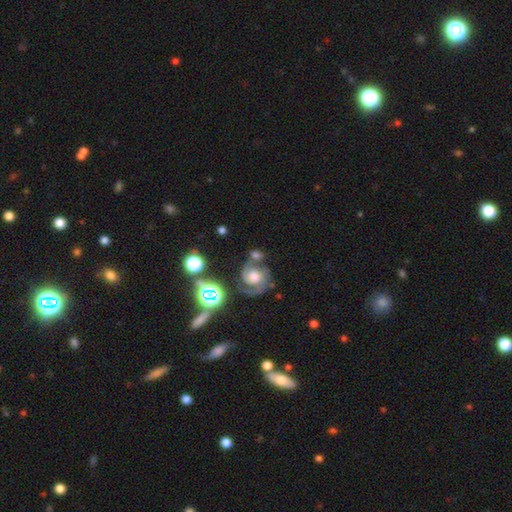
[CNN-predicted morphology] smooth-or-featured: featured or disk: 43% | smooth: 30% | star or artifact: 27%
  merging: none: 61% | merger: 15% | minor disturbance: 14% | major disturbance: 10%